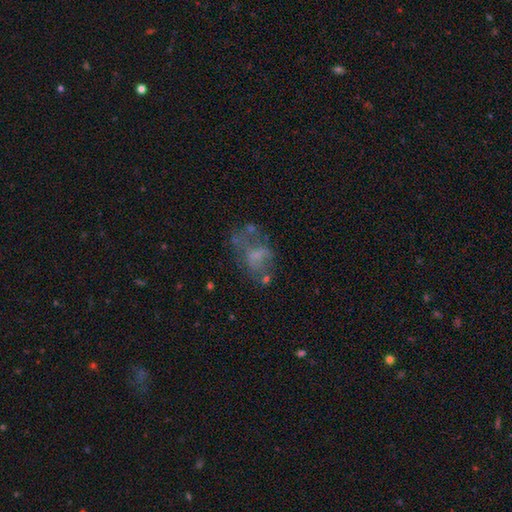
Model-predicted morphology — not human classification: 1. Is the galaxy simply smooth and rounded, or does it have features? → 46% featured or disk, 37% smooth, 18% star or artifact.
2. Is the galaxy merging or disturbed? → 35% none, 34% major disturbance, 19% minor disturbance, 12% merger.